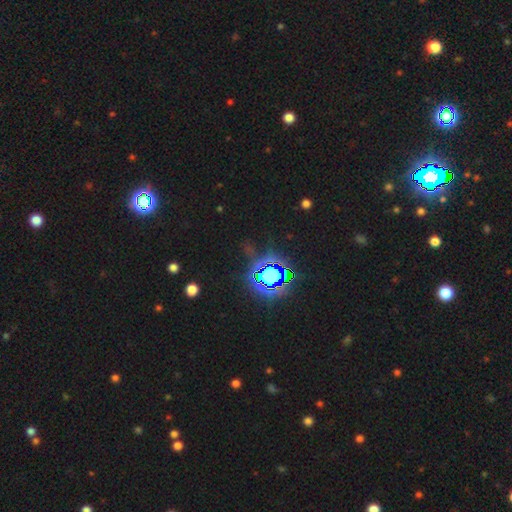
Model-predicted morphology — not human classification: A star or artifact, not a galaxy (81%).

Vote fractions:
- Smooth or featured? star or artifact: 81% / smooth: 12% / featured or disk: 7%